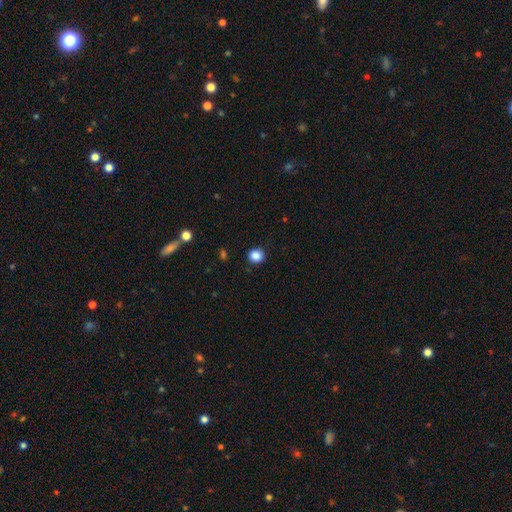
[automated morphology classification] smooth-or-featured: smooth: 87% | star or artifact: 10% | featured or disk: 3%
  how-rounded: round: 81% | in between: 19% | cigar-shaped: 1%
  merging: none: 88% | minor disturbance: 8% | major disturbance: 2% | merger: 1%